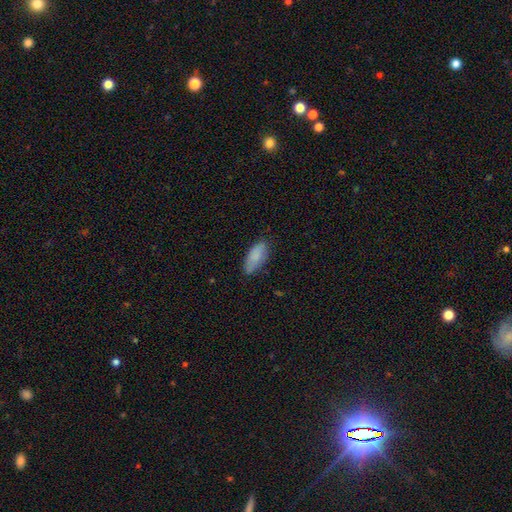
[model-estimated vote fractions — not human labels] smooth 84%, featured or disk 10%, star or artifact 6%. Down the decision tree: how rounded — in between (83%); merging — none (75%).